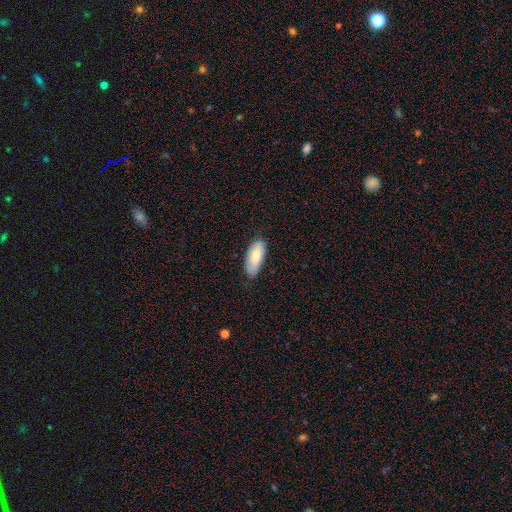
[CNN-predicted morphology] type=smooth (72%); roundness=in between (85%); merging=none (78%).